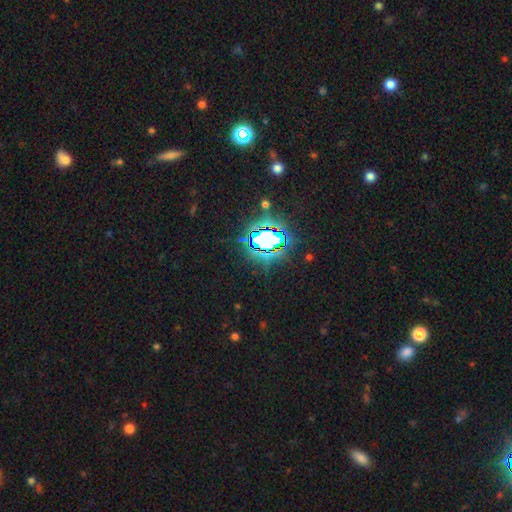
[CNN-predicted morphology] The model was most divided on "smooth or featured": star or artifact: 83%, smooth: 10%, featured or disk: 7%.